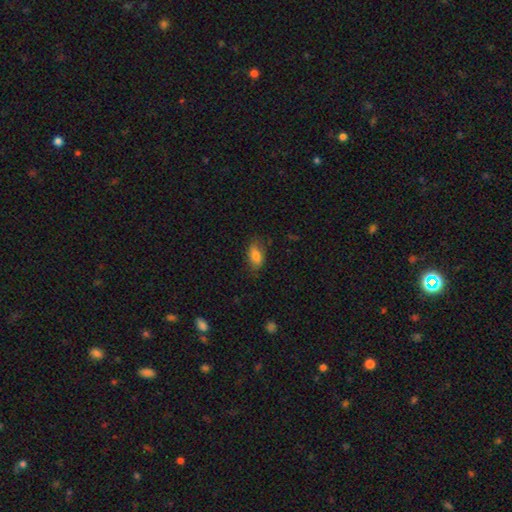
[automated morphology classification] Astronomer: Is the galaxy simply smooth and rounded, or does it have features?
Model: smooth — 77%.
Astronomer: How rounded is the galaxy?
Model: in between — 88%.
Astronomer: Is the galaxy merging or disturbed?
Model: none — 72%.